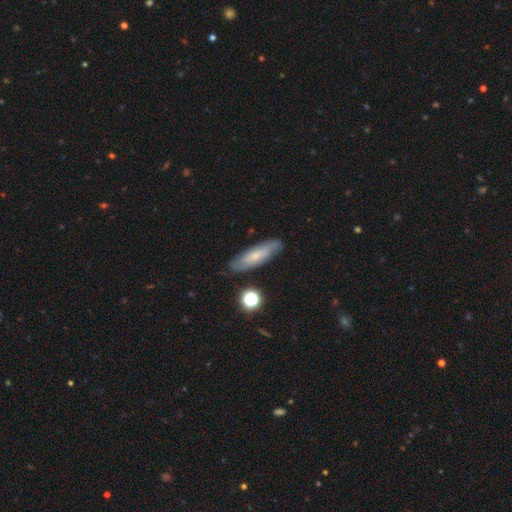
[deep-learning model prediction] This appears to be a smooth galaxy with no disk features (56%) that is cigar-shaped (62%). Merging: none (83%).